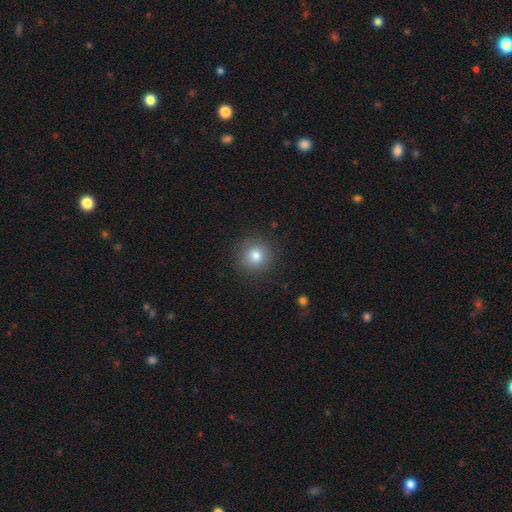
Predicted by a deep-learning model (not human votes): This is clearly a smooth galaxy (81%). How rounded: clearly round (93%). Merging: clearly none (89%).